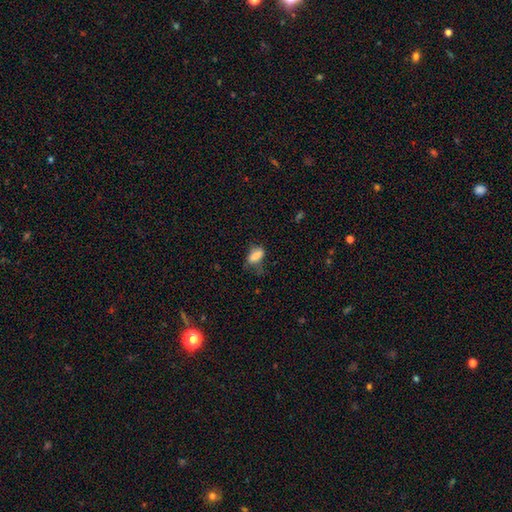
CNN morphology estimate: A smooth galaxy with no disk features (77%) that is in between round and cigar-shaped (83%). Merging: none (38%).